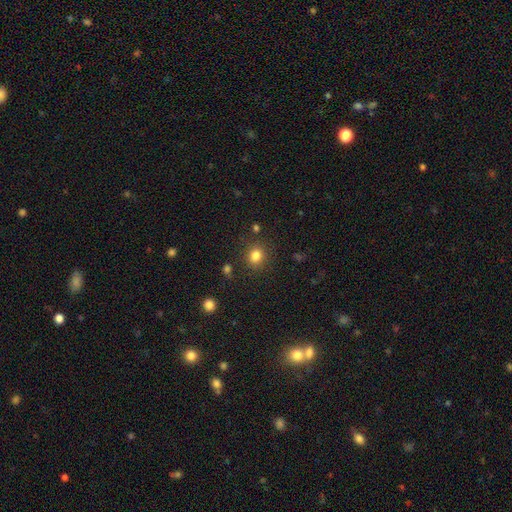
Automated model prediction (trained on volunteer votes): Smooth or featured: smooth — 82% (star or artifact — 13%)
How rounded: round — 77% (in between — 22%)
Merging: none — 85% (minor disturbance — 9%)